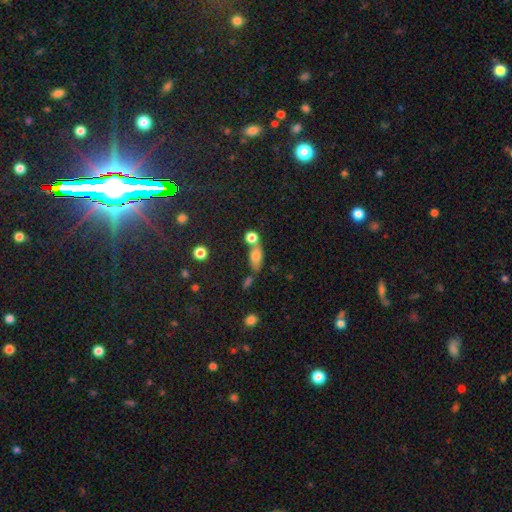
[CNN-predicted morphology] smooth-or-featured: smooth: 70% | featured or disk: 19% | star or artifact: 11%
  how-rounded: in between: 69% | round: 16% | cigar-shaped: 16%
  merging: none: 46% | merger: 36% | minor disturbance: 12% | major disturbance: 5%